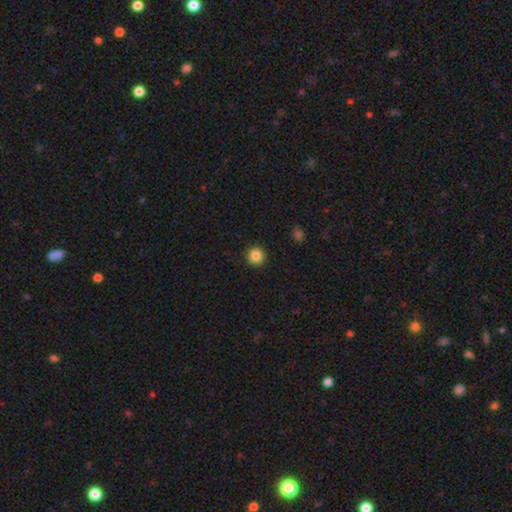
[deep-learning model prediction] Morphology: type=smooth (85%); roundness=round (94%); merging=none (93%).